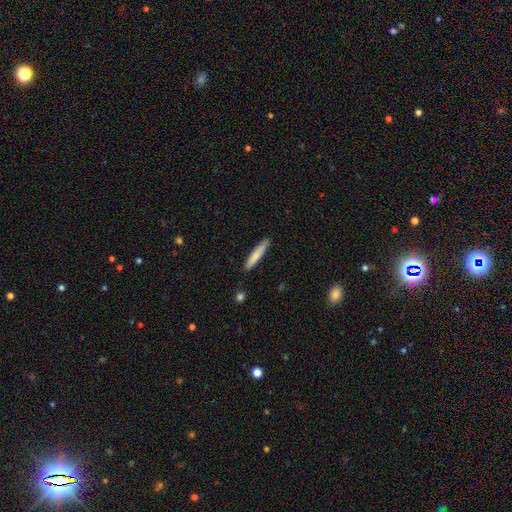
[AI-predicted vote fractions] Morphology: type=smooth (76%); roundness=cigar-shaped (92%); merging=none (88%).